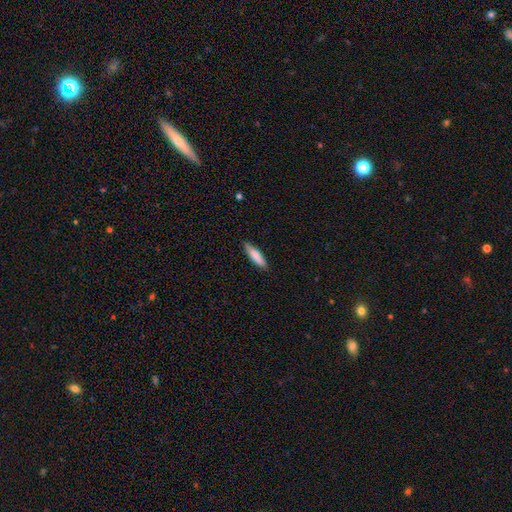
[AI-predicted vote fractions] A smooth galaxy with no disk features (77%) that is cigar-shaped (70%).

Vote fractions:
- Smooth or featured? smooth: 77% / featured or disk: 18% / star or artifact: 6%
- How rounded? cigar-shaped: 70% / in between: 28% / round: 2%
- Merging? none: 86% / minor disturbance: 11% / major disturbance: 2% / merger: 1%